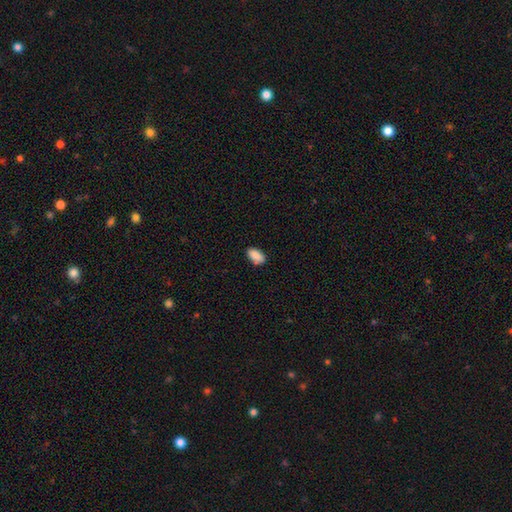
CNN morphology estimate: Q: Smooth or featured?
A: smooth (89%); runner-up: star or artifact (7%)
Q: How rounded?
A: in between (93%); runner-up: round (4%)
Q: Merging?
A: none (79%); runner-up: minor disturbance (16%)